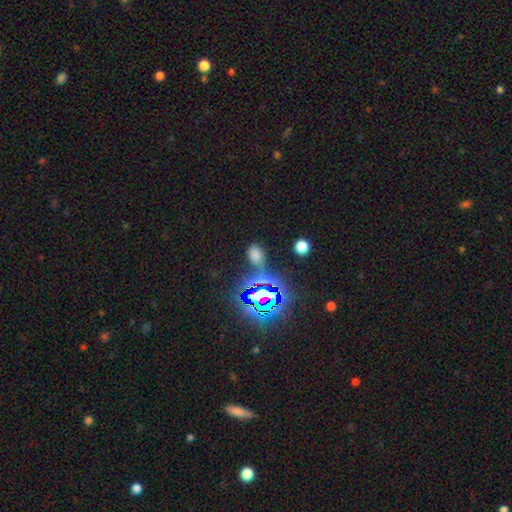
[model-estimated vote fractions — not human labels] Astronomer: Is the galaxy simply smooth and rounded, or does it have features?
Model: smooth — 52% (runner-up: star or artifact, 40%).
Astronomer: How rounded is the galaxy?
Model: in between — 78%.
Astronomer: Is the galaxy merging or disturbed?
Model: none — 62%.